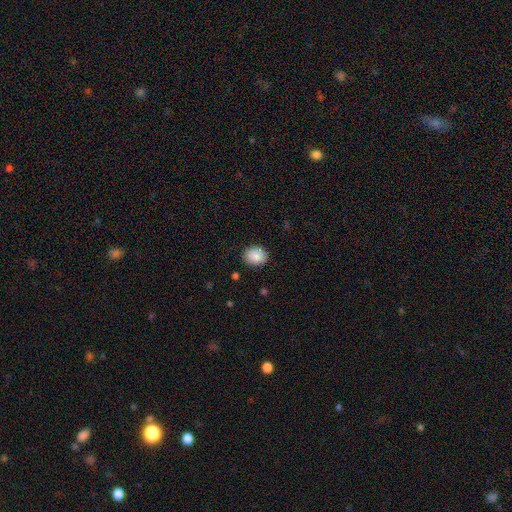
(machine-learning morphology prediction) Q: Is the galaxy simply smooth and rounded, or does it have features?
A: smooth — 88%.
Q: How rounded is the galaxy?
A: round — 62%.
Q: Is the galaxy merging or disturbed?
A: none — 88%.